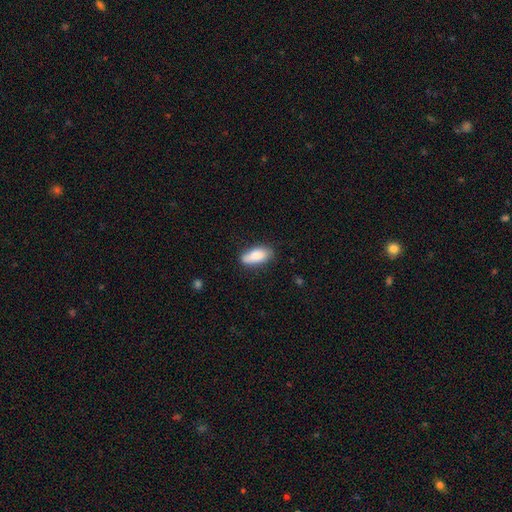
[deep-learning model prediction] Smooth or featured: smooth — 84% (featured or disk — 10%)
How rounded: in between — 83% (cigar-shaped — 14%)
Merging: none — 76% (minor disturbance — 19%)